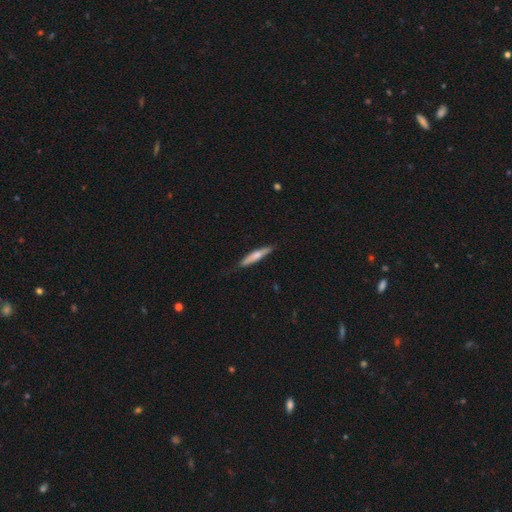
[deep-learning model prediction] smooth-or-featured: smooth: 59% | featured or disk: 35% | star or artifact: 5%
  how-rounded: cigar-shaped: 91% | in between: 8% | round: 1%
  merging: none: 83% | minor disturbance: 14% | major disturbance: 2% | merger: 1%